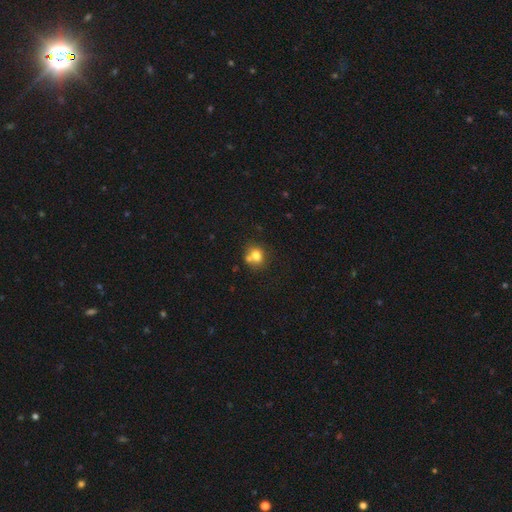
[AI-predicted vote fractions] A smooth galaxy with no disk features (75%) that is round (72%).

Vote fractions:
- Smooth or featured? smooth: 75% / featured or disk: 14% / star or artifact: 12%
- How rounded? round: 72% / in between: 28% / cigar-shaped: 1%
- Merging? none: 52% / merger: 32% / minor disturbance: 12% / major disturbance: 4%